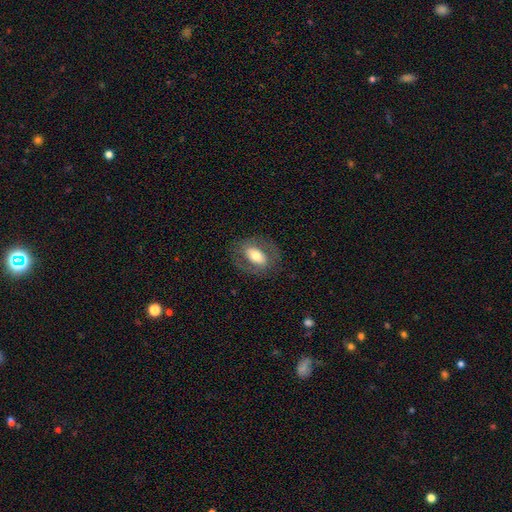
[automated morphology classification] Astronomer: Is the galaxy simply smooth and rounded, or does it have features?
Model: smooth — 51% (runner-up: featured or disk, 42%).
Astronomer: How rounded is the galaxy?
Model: in between — 83%.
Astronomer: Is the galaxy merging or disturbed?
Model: none — 76%.